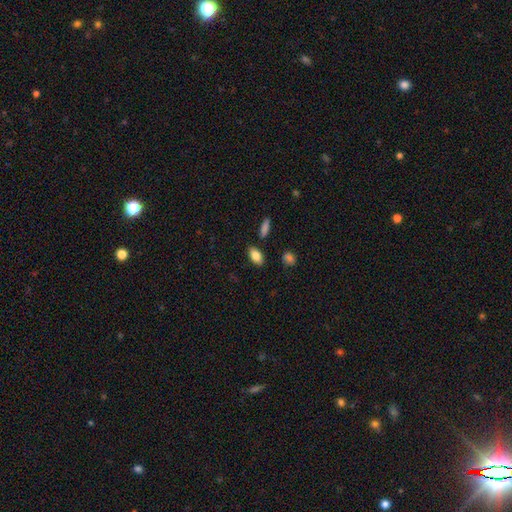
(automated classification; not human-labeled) A smooth galaxy with no disk features (85%) that is in between round and cigar-shaped (90%).

Vote fractions:
- Smooth or featured? smooth: 85% / featured or disk: 8% / star or artifact: 8%
- How rounded? in between: 90% / round: 5% / cigar-shaped: 5%
- Merging? none: 85% / minor disturbance: 10% / merger: 3% / major disturbance: 2%